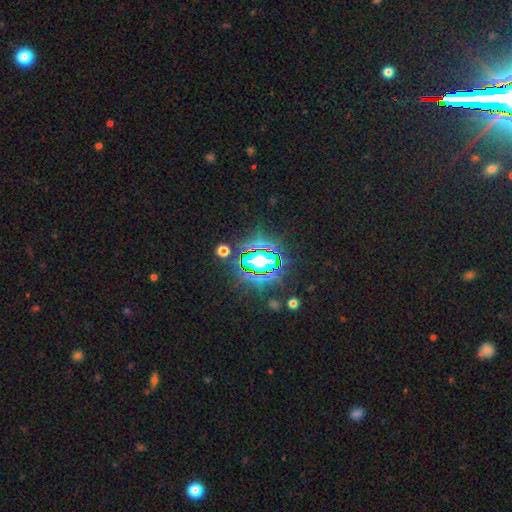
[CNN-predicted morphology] Smooth or featured?
  - star or artifact: 74% *
  - smooth: 16%
  - featured or disk: 11%